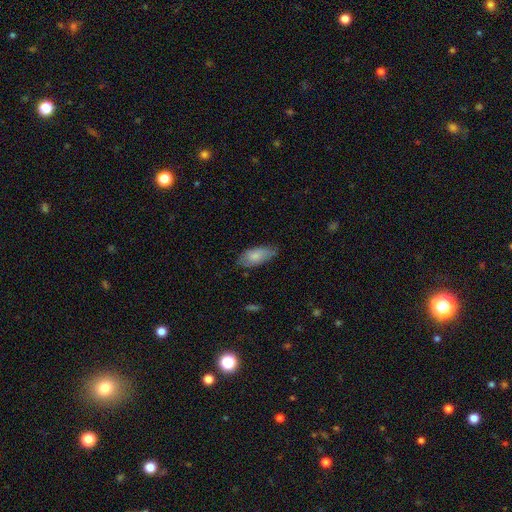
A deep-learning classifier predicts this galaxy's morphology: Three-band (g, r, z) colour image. It shows a smooth galaxy with no disk features (79%) that is in between round and cigar-shaped (87%). Merging: none (64%).